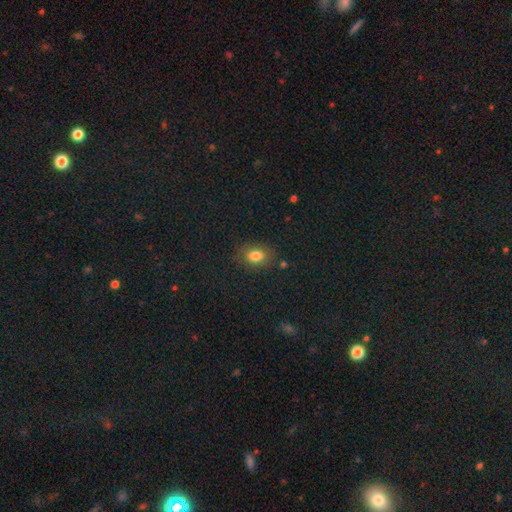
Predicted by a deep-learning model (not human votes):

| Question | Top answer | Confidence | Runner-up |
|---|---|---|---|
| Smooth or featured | smooth | 80% | star or artifact (12%) |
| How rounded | in between | 66% | round (33%) |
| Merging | none | 80% | minor disturbance (13%) |